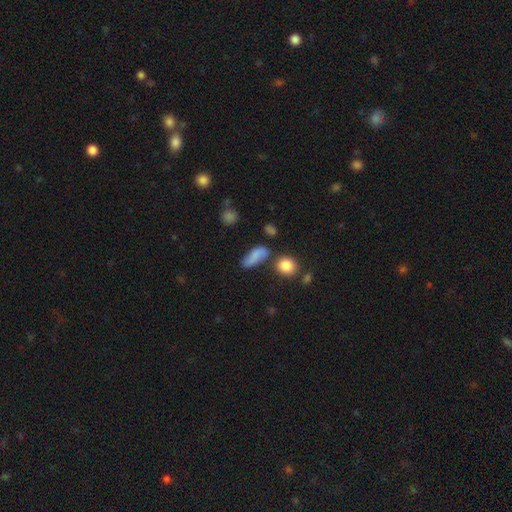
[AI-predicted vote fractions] Morphology: type=smooth (74%); roundness=in between (69%); merging=none (59%).